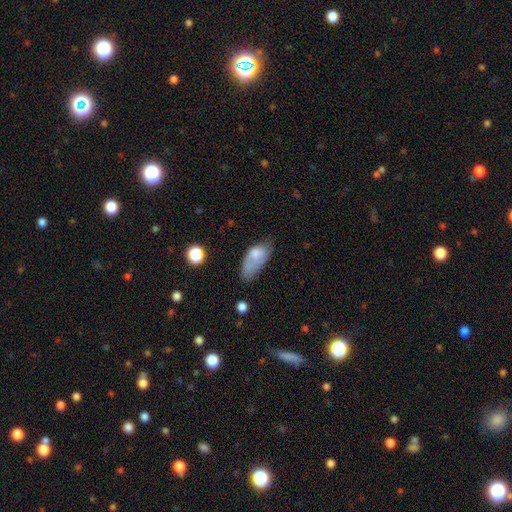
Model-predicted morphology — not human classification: Smooth or featured? smooth (72%)
How rounded? in between (88%)
Merging? none (40%)